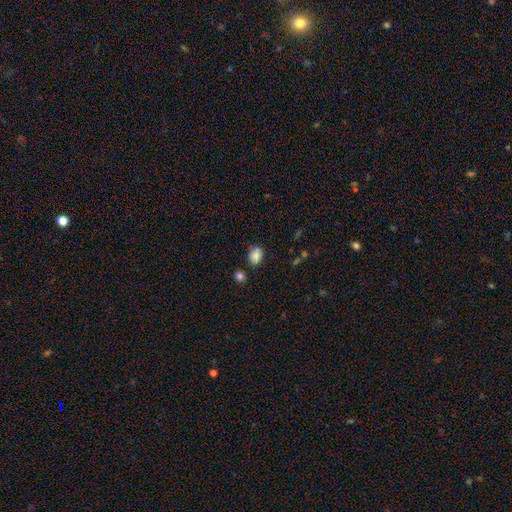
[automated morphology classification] Smooth or featured? Predicted: smooth (p=0.86). How rounded? Predicted: in between (p=0.54). Merging? Predicted: none (p=0.77).